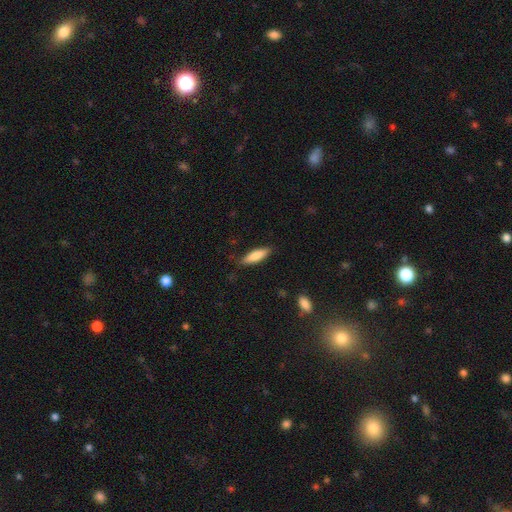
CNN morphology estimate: The model was most divided on "how rounded": cigar-shaped: 58%, in between: 40%, round: 2%. More confident: merging — none (83%); smooth or featured — smooth (80%).